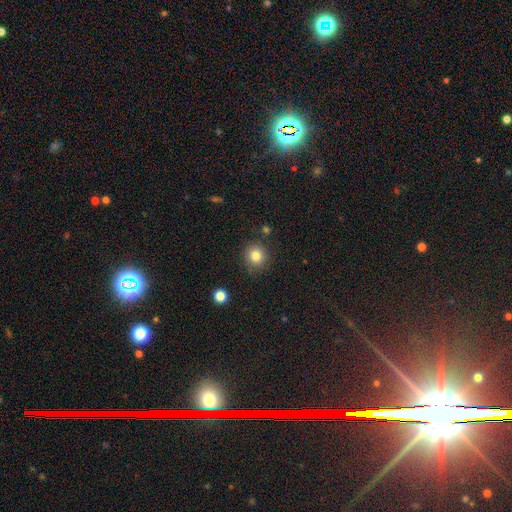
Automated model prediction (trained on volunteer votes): This appears to be a smooth galaxy with no disk features (83%) that is round (88%). Merging: none (85%).